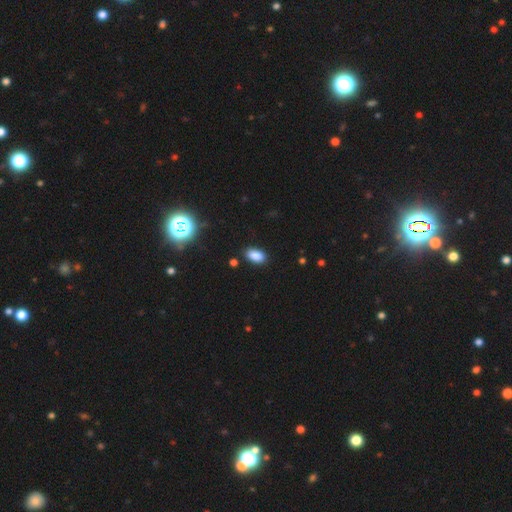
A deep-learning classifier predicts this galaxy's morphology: Overall: smooth (85%). How rounded: in between (93%). Merging: none (87%).